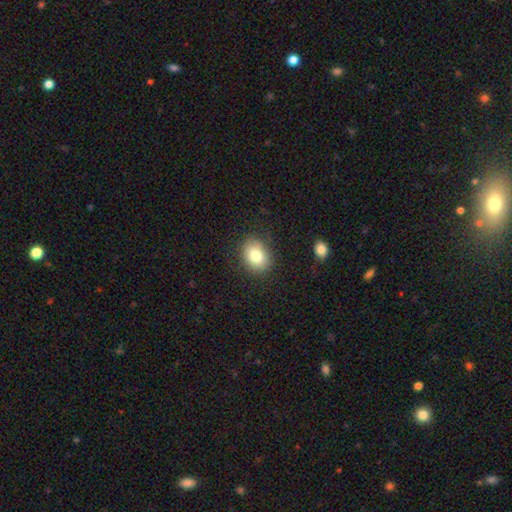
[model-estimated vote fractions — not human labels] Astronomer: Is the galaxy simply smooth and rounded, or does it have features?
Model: smooth — 81%.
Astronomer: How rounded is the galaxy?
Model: in between — 54% (runner-up: round, 45%).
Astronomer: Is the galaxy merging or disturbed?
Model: none — 85%.